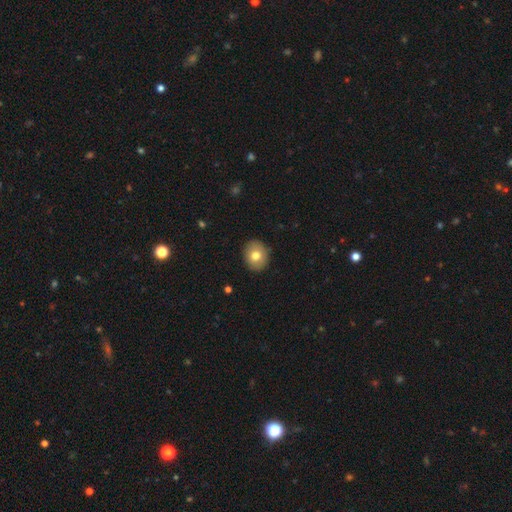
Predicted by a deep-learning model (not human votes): Q: Smooth or featured?
A: smooth (76%); runner-up: featured or disk (15%)
Q: How rounded?
A: round (62%); runner-up: in between (37%)
Q: Merging?
A: none (89%); runner-up: minor disturbance (8%)